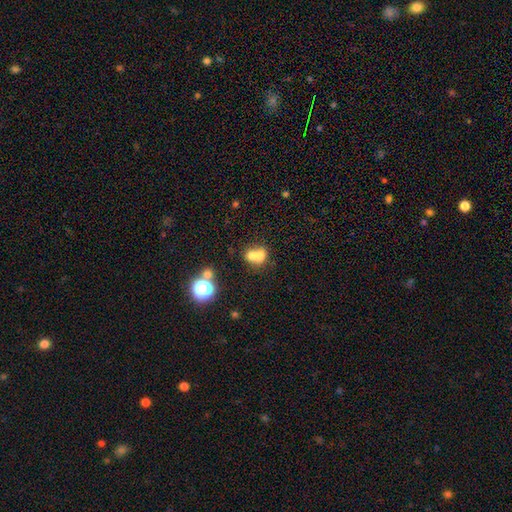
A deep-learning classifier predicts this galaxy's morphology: A smooth galaxy with no disk features (67%) that is round (63%).

Vote fractions:
- Smooth or featured? smooth: 67% / featured or disk: 19% / star or artifact: 14%
- How rounded? round: 63% / in between: 36% / cigar-shaped: 1%
- Merging? merger: 65% / none: 26% / minor disturbance: 6% / major disturbance: 3%